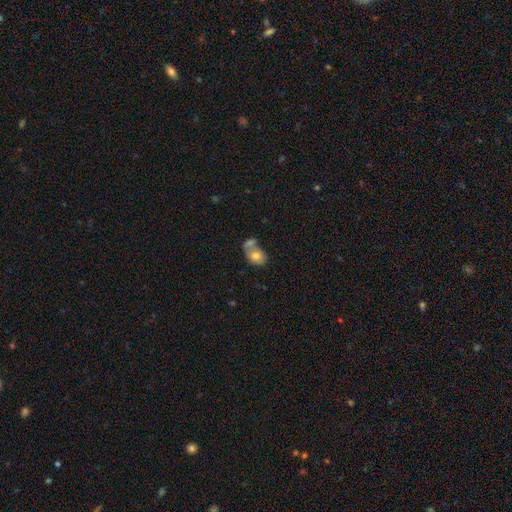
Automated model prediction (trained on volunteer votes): A smooth galaxy with no disk features (72%) that is in between round and cigar-shaped (63%).

Vote fractions:
- Smooth or featured? smooth: 72% / featured or disk: 21% / star or artifact: 8%
- How rounded? in between: 63% / round: 36% / cigar-shaped: 1%
- Merging? merger: 54% / none: 26% / minor disturbance: 12% / major disturbance: 7%